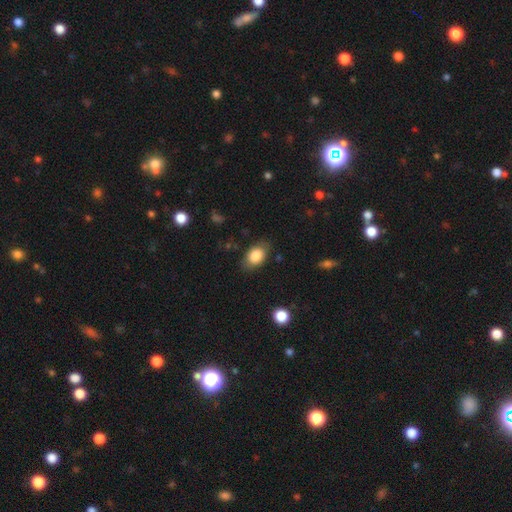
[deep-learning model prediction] A smooth galaxy with no disk features (83%) that is in between round and cigar-shaped (85%).

Vote fractions:
- Smooth or featured? smooth: 83% / featured or disk: 10% / star or artifact: 7%
- How rounded? in between: 85% / round: 13% / cigar-shaped: 2%
- Merging? none: 79% / minor disturbance: 16% / major disturbance: 4% / merger: 1%